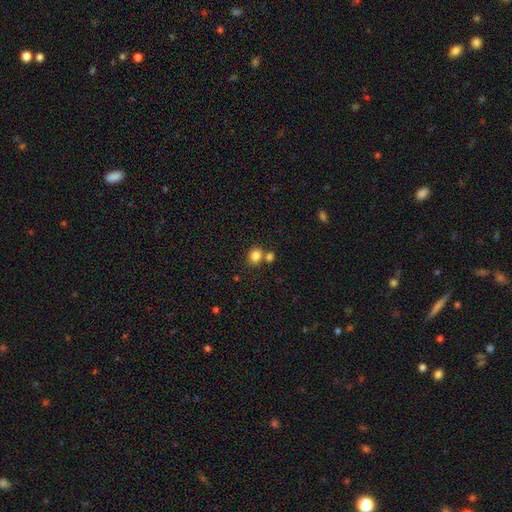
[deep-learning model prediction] A smooth galaxy with no disk features (83%) that is round (68%). Merging: none (62%).